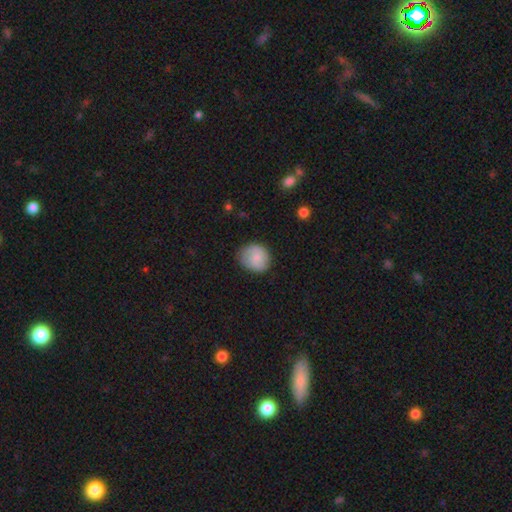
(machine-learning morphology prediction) Smooth or featured? Predicted: smooth (p=0.74). How rounded? Predicted: round (p=0.79). Merging? Predicted: none (p=0.74).